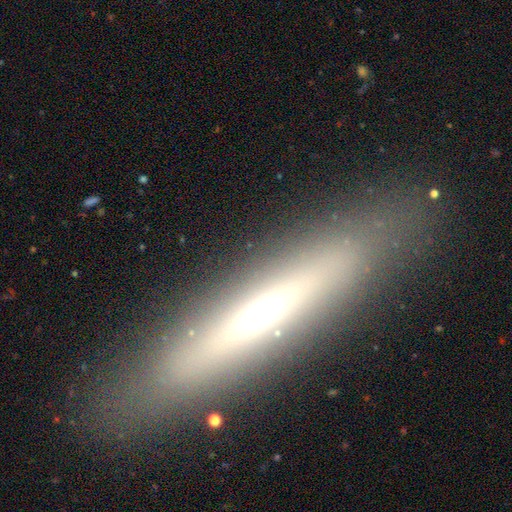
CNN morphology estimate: featured or disk 54%, smooth 36%, star or artifact 10%. Down the decision tree: edge-on disk — yes (81%); merging — none (85%).